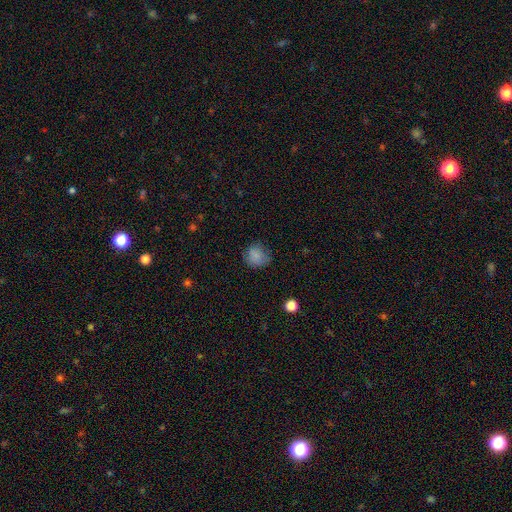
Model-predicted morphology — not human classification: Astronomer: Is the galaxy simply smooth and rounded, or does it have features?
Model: smooth — 81%.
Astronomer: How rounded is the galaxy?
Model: round — 74%.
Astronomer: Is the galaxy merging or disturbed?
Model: none — 65%.